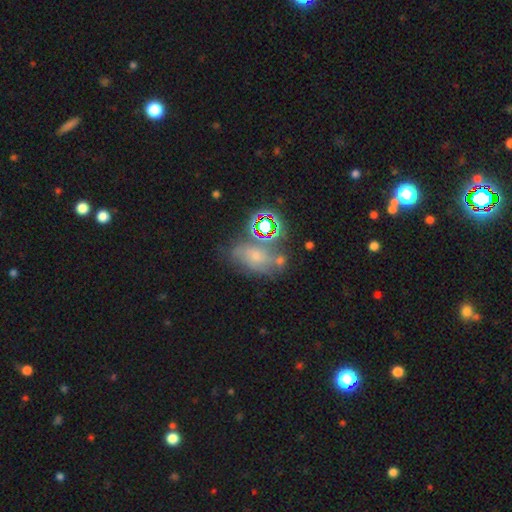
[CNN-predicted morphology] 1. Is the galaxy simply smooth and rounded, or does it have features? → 42% smooth, 32% star or artifact, 27% featured or disk.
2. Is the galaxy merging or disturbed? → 47% none, 21% minor disturbance, 18% merger, 13% major disturbance.